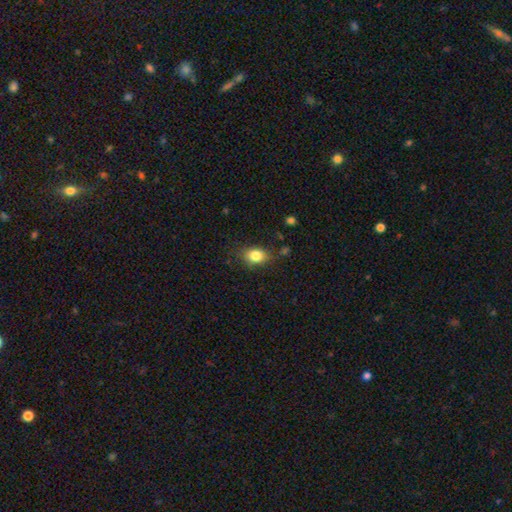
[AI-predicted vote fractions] smooth-or-featured: smooth: 83% | star or artifact: 9% | featured or disk: 8%
  how-rounded: in between: 65% | round: 33% | cigar-shaped: 1%
  merging: none: 75% | minor disturbance: 18% | major disturbance: 5% | merger: 2%